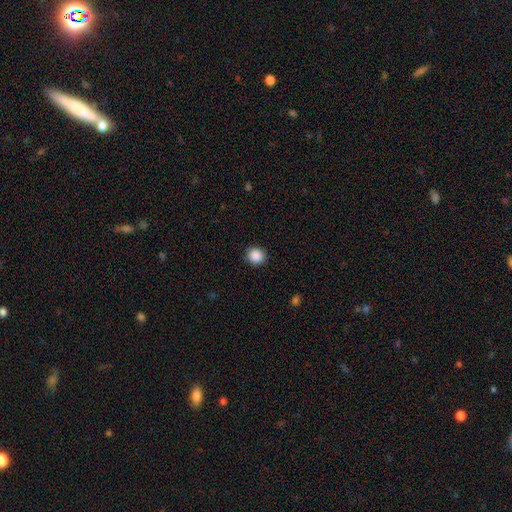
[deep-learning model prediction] A smooth galaxy with no disk features (88%) that is round (88%).

Vote fractions:
- Smooth or featured? smooth: 88% / star or artifact: 9% / featured or disk: 3%
- How rounded? round: 88% / in between: 11% / cigar-shaped: 1%
- Merging? none: 91% / minor disturbance: 6% / major disturbance: 2% / merger: 1%